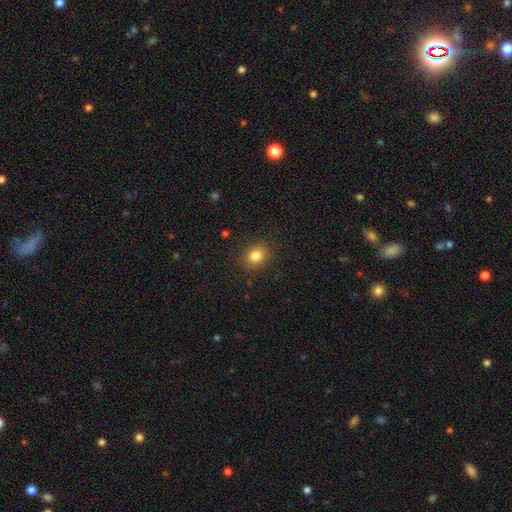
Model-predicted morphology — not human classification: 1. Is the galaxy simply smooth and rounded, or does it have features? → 83% smooth, 11% star or artifact, 6% featured or disk.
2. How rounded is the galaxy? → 59% round, 40% in between, 1% cigar-shaped.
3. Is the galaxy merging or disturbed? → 87% none, 9% minor disturbance, 3% major disturbance, 1% merger.